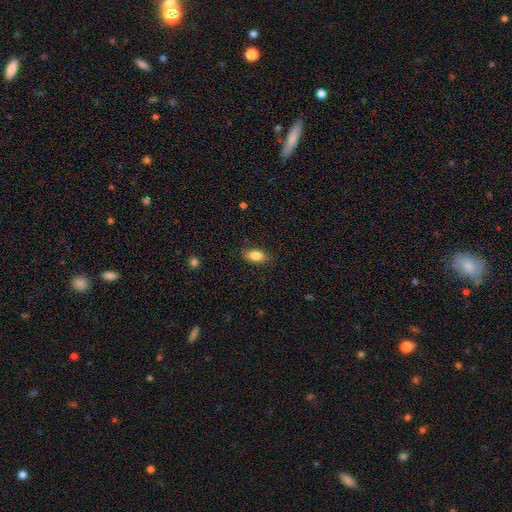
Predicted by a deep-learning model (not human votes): Overall: smooth (82%). How rounded: in between (86%). Merging: none (84%).